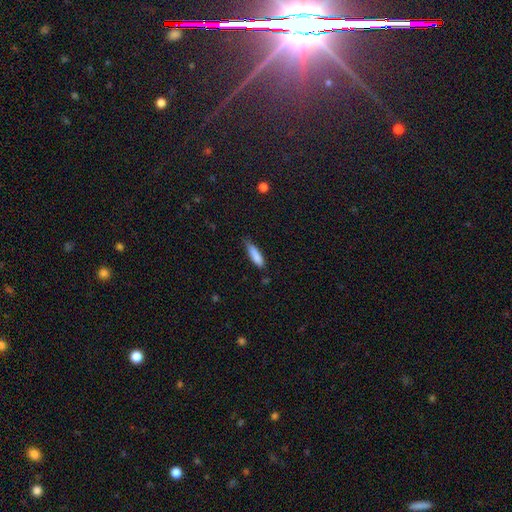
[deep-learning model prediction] smooth-or-featured: smooth: 85% | featured or disk: 9% | star or artifact: 7%
  how-rounded: cigar-shaped: 69% | in between: 29% | round: 1%
  merging: none: 65% | minor disturbance: 29% | major disturbance: 5% | merger: 2%